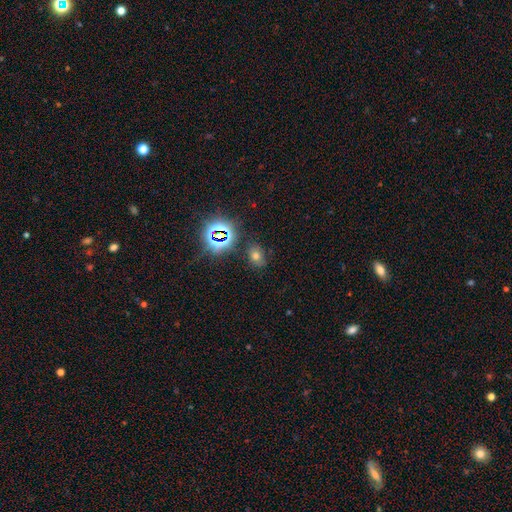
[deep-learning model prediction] Morphology: type=smooth (53%); roundness=in between (66%); merging=none (81%).